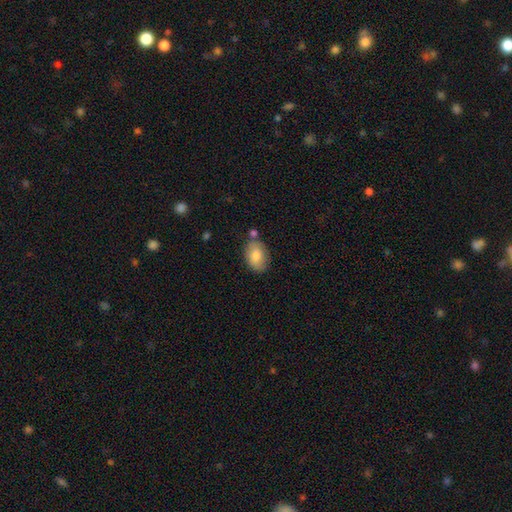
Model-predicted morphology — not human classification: Overall: smooth (80%). How rounded: in between (84%). Merging: none (71%).